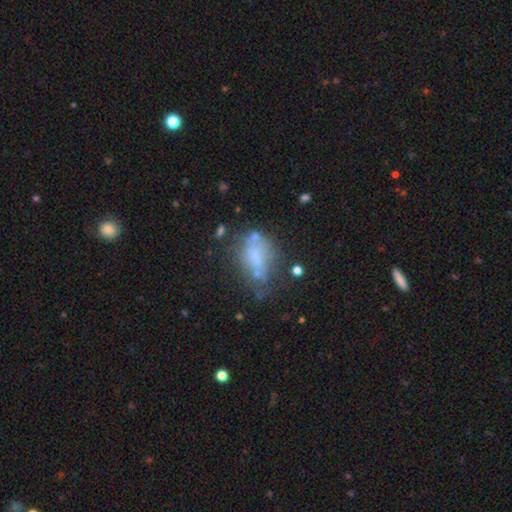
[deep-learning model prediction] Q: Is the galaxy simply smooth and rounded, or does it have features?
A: smooth — 49%.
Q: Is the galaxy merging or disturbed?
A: none — 35%.